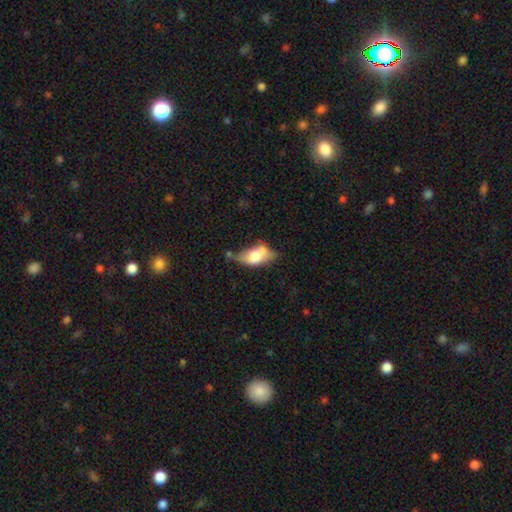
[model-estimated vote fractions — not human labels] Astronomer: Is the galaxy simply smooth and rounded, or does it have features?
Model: smooth — 61%.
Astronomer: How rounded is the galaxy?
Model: in between — 87%.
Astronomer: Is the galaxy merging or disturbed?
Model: none — 36% (runner-up: minor disturbance, 32%).